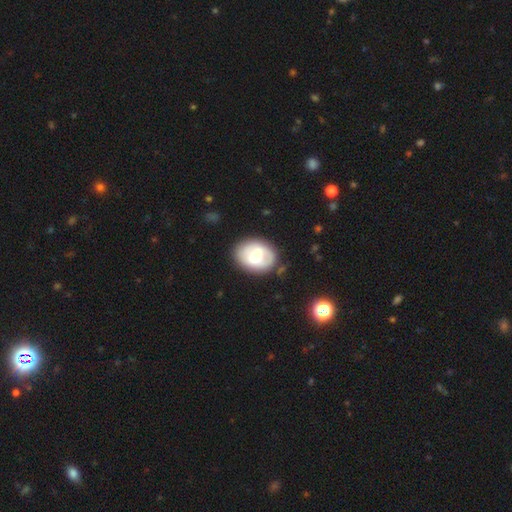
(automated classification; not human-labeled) smooth 52%, featured or disk 42%, star or artifact 7%. Down the decision tree: how rounded — in between (66%); merging — none (79%).